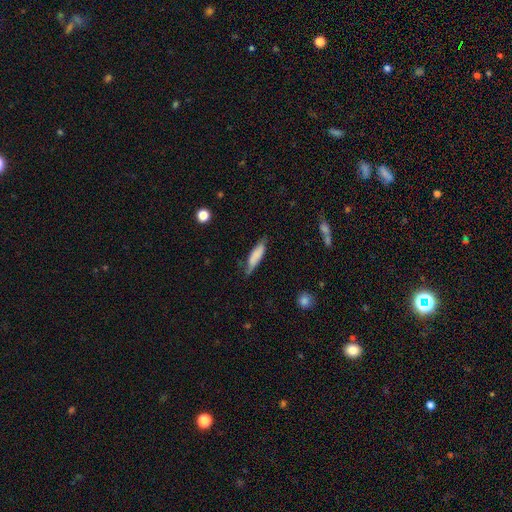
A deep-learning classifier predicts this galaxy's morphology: Q: Smooth or featured?
A: smooth (77%); runner-up: featured or disk (16%)
Q: How rounded?
A: cigar-shaped (59%); runner-up: in between (39%)
Q: Merging?
A: none (61%); runner-up: minor disturbance (30%)